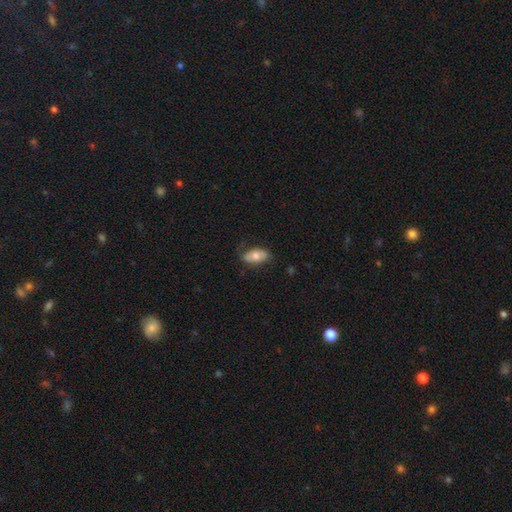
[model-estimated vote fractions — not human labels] Morphology: type=smooth (67%); roundness=in between (92%); merging=none (70%).